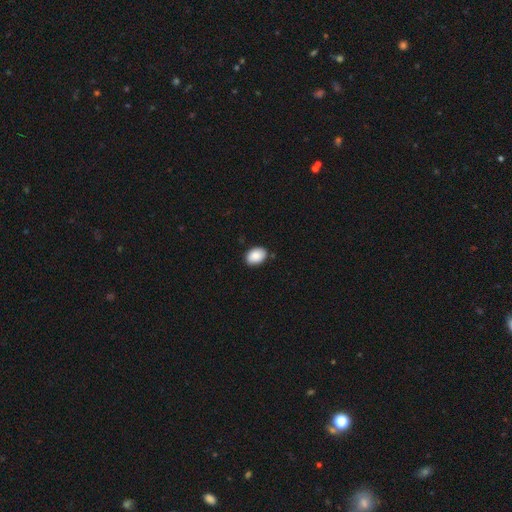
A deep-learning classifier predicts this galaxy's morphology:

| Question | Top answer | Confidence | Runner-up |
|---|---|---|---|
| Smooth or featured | smooth | 89% | star or artifact (7%) |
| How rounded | in between | 83% | round (16%) |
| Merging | none | 87% | minor disturbance (10%) |